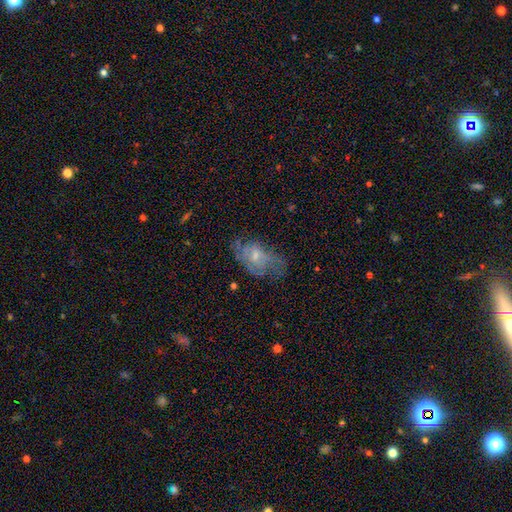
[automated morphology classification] Smooth or featured: featured or disk — 56% (smooth — 31%)
Edge-on disk: no — 94% (yes — 6%)
Bar: no — 63% (weak — 32%)
Spiral arms: yes — 66% (no — 34%)
Bulge size: small — 51% (moderate — 36%)
Merging: none — 53% (minor disturbance — 25%)